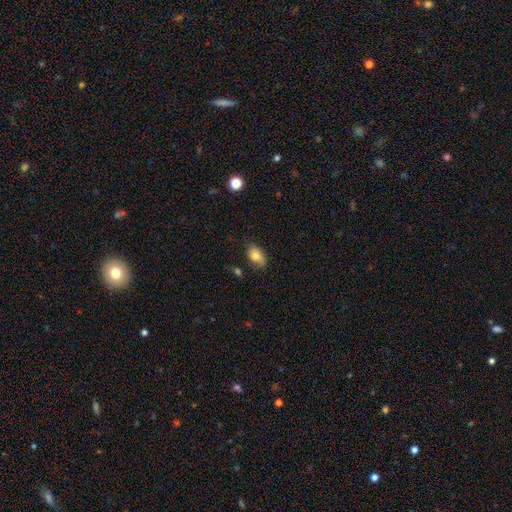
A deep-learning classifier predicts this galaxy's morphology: Overall: smooth (78%). How rounded: in between (89%). Merging: none (72%).